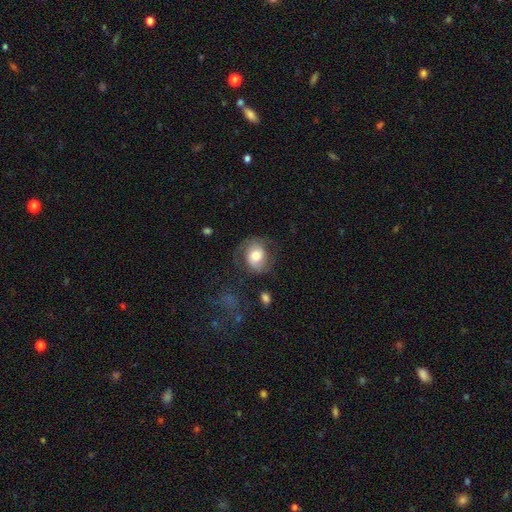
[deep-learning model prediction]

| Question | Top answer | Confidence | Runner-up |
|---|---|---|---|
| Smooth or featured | smooth | 51% | featured or disk (41%) |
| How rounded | round | 63% | in between (36%) |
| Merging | none | 57% | minor disturbance (23%) |